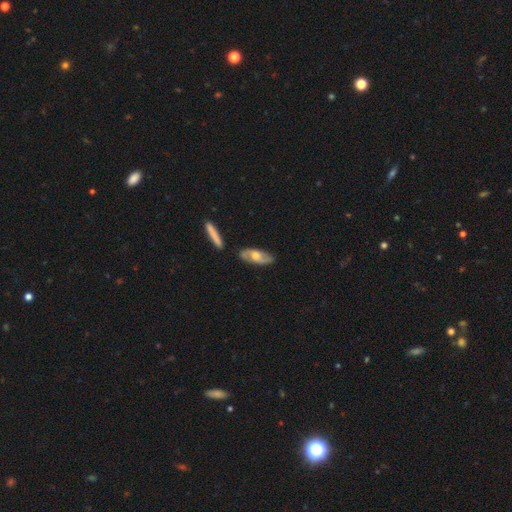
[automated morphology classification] This appears to be a featured or disk galaxy (58%). Merging: none (78%).